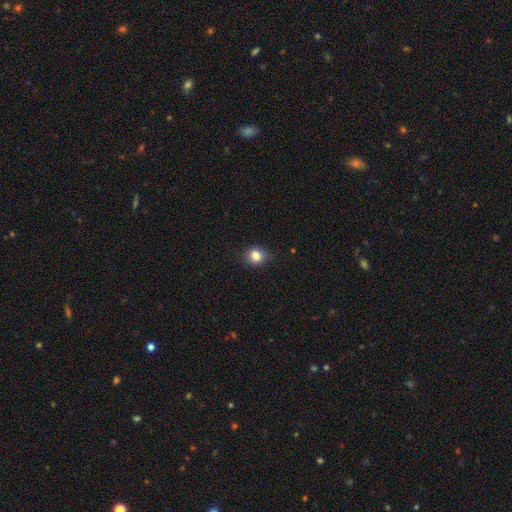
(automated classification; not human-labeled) Smooth or featured?
  - smooth: 83% *
  - star or artifact: 11%
  - featured or disk: 6%
How rounded?
  - round: 79% *
  - in between: 20%
  - cigar-shaped: 1%
Merging?
  - none: 86% *
  - minor disturbance: 11%
  - major disturbance: 2%
  - merger: 1%